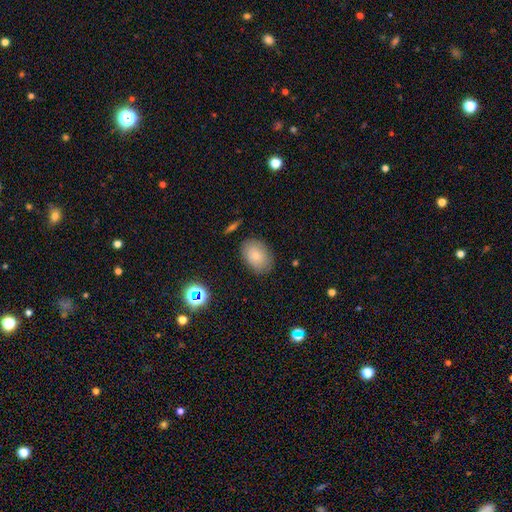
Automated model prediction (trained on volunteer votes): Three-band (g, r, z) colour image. It shows a smooth galaxy with no disk features (79%) that is in between round and cigar-shaped (79%). Merging: none (83%).